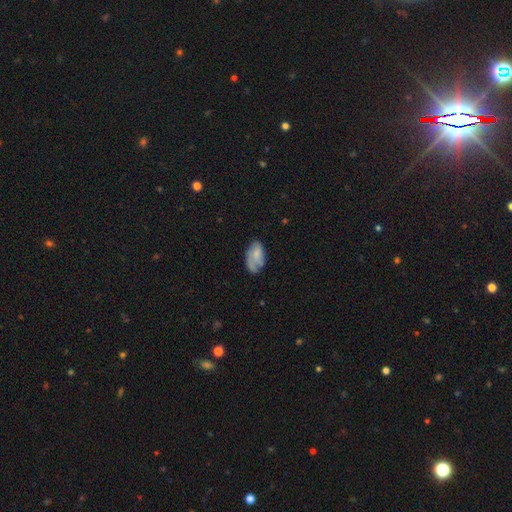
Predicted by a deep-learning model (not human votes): Morphology: type=smooth (64%); roundness=in between (93%); merging=none (52%).